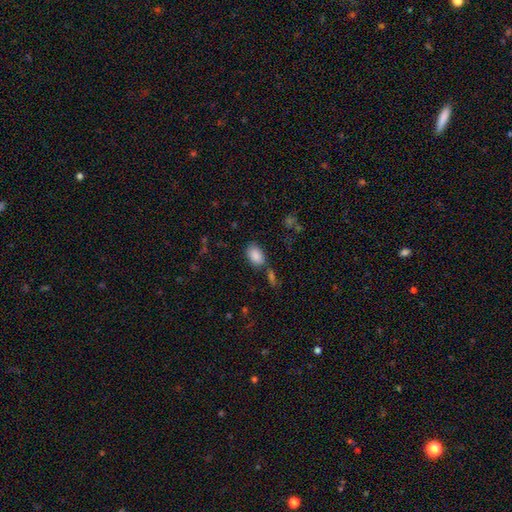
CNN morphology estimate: Smooth or featured? smooth (87%)
How rounded? in between (90%)
Merging? none (68%)